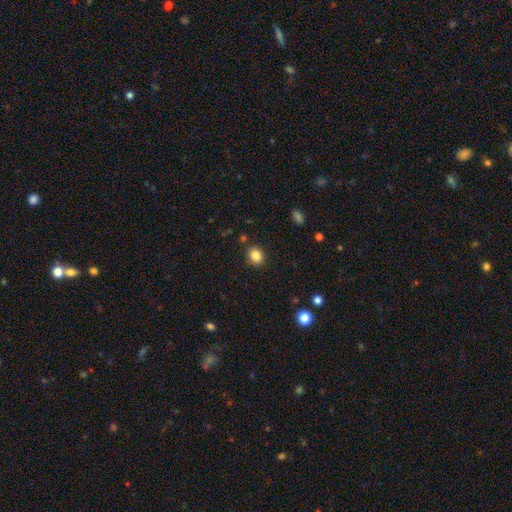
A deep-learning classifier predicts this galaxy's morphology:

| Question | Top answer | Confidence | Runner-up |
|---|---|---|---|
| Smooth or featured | smooth | 85% | star or artifact (10%) |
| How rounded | round | 59% | in between (40%) |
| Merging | none | 87% | minor disturbance (8%) |